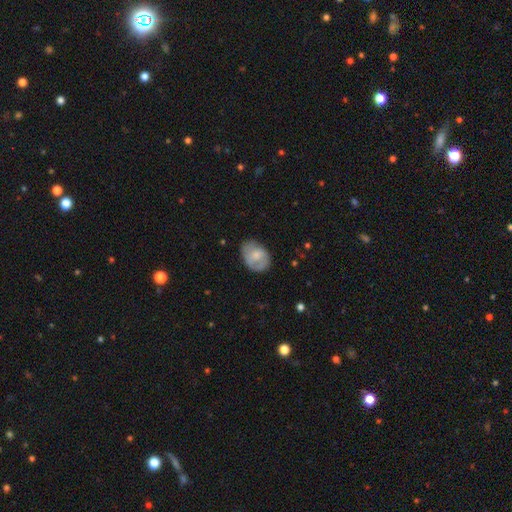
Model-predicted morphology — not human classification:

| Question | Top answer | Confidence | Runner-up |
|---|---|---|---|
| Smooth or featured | smooth | 62% | featured or disk (31%) |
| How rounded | in between | 70% | round (28%) |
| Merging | none | 61% | minor disturbance (27%) |